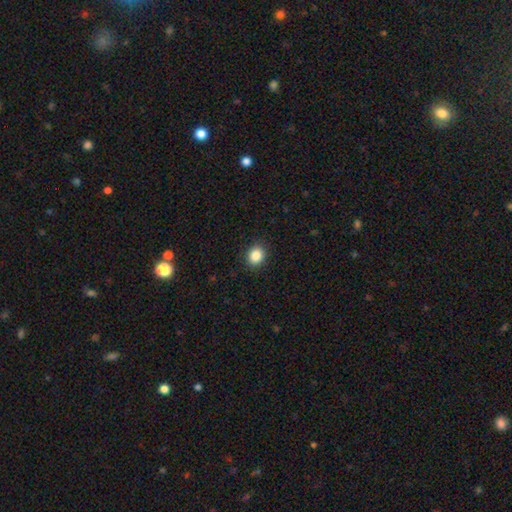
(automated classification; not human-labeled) Smooth or featured? smooth (86%)
How rounded? round (69%)
Merging? none (90%)